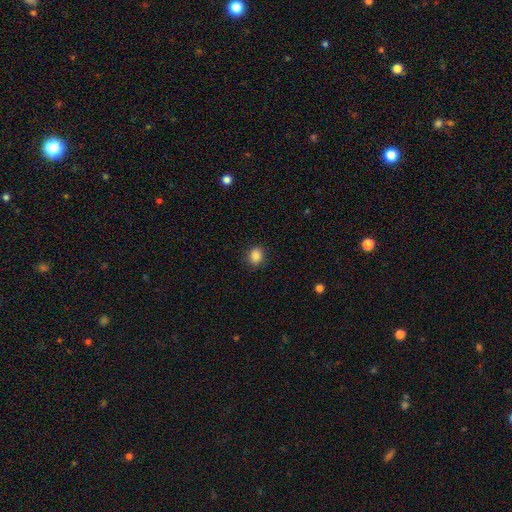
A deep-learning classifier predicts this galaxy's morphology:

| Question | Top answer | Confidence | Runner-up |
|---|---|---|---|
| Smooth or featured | smooth | 86% | star or artifact (10%) |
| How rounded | round | 67% | in between (32%) |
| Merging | none | 89% | minor disturbance (8%) |